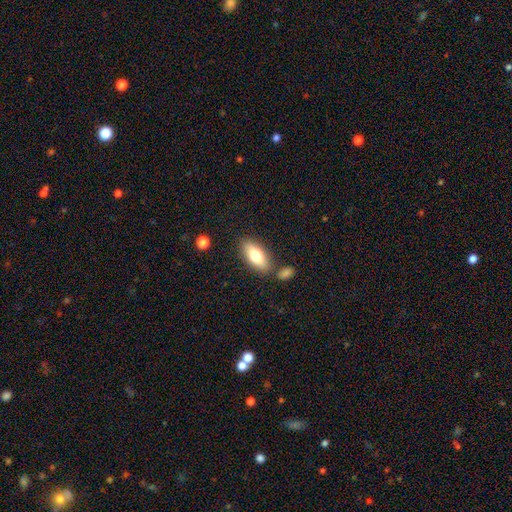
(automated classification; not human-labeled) This appears to be a smooth galaxy with no disk features (75%) that is in between round and cigar-shaped (83%). Merging: none (75%).